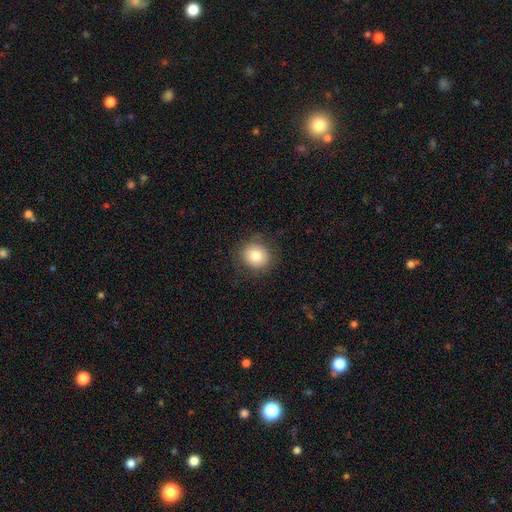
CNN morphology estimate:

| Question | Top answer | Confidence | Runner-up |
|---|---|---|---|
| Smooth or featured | smooth | 80% | star or artifact (10%) |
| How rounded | round | 87% | in between (12%) |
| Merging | none | 85% | minor disturbance (10%) |